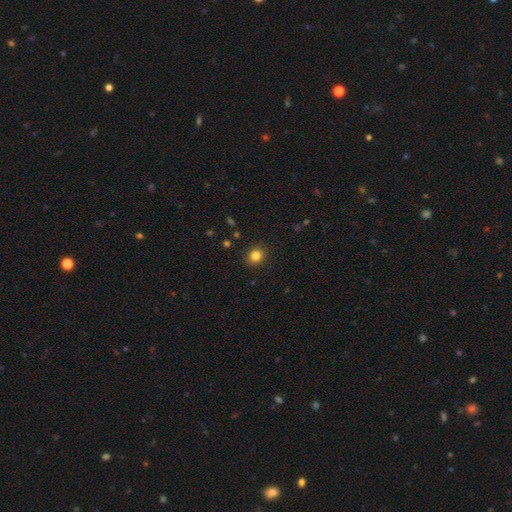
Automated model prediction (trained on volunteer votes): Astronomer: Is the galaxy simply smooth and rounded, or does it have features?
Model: smooth — 83%.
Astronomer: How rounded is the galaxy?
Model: round — 81%.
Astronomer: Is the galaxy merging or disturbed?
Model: none — 90%.